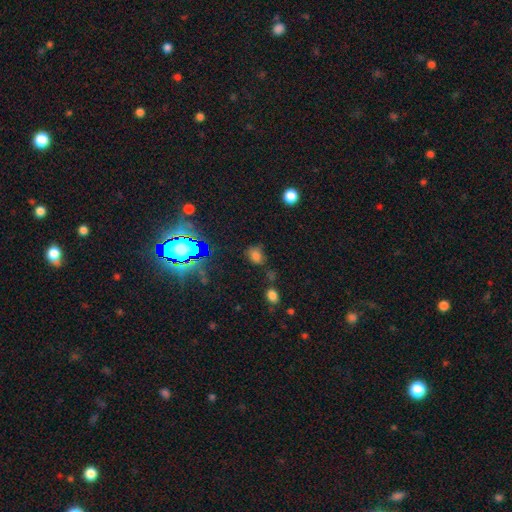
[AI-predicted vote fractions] smooth-or-featured: smooth: 62% | star or artifact: 30% | featured or disk: 8%
  how-rounded: in between: 60% | round: 38% | cigar-shaped: 2%
  merging: none: 63% | minor disturbance: 21% | major disturbance: 9% | merger: 7%